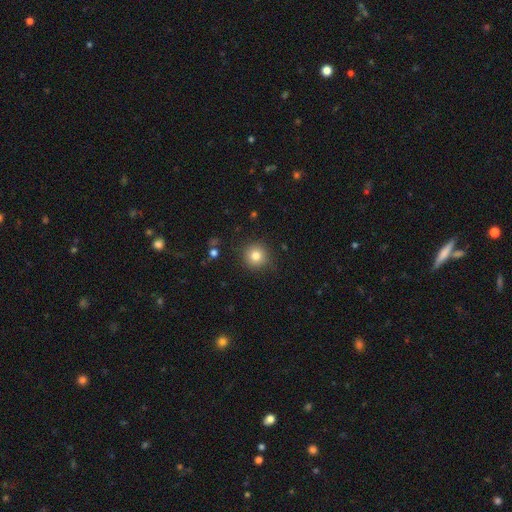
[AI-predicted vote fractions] smooth 82%, star or artifact 11%, featured or disk 7%. Down the decision tree: how rounded — round (94%); merging — none (89%).